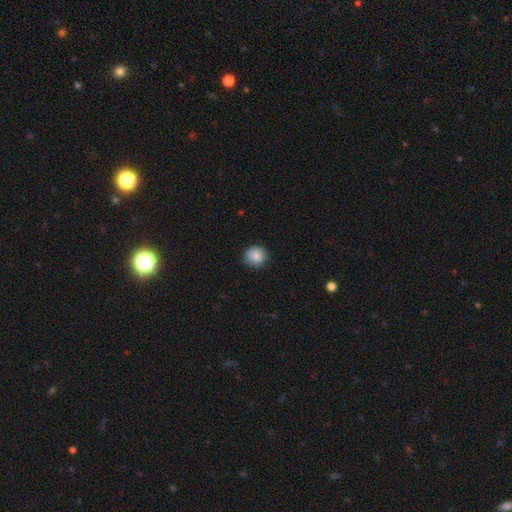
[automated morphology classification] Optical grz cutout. It shows a smooth galaxy with no disk features (87%) that is round (90%). Merging: none (87%).